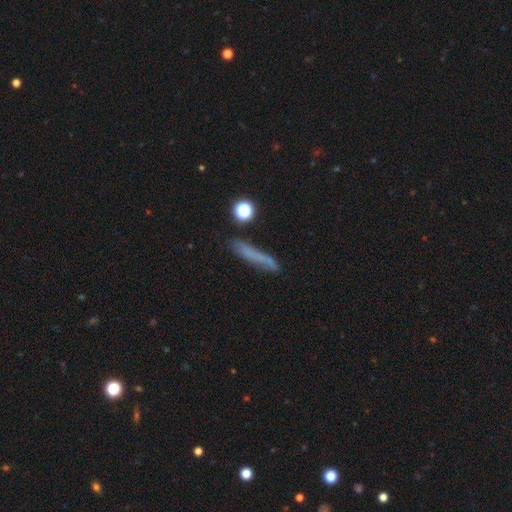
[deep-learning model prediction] This is possibly a smooth galaxy (56%). How rounded: clearly cigar-shaped (86%). Merging: likely none (67%).